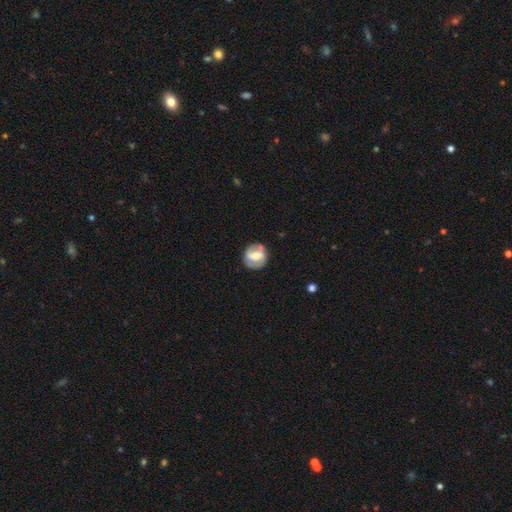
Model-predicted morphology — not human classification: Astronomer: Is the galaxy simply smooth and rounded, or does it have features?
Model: featured or disk — 60%.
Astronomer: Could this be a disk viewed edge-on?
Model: no — 96%.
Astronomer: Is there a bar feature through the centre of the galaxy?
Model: strong — 41% (runner-up: weak, 40%).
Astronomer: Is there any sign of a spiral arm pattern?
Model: yes — 69%.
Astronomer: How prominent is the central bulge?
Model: moderate — 55%.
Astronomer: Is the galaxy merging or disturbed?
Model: none — 76%.